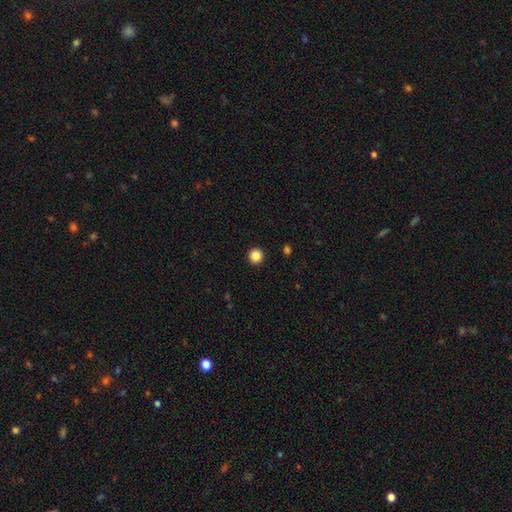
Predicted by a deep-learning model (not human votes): This appears to be a smooth galaxy with no disk features (87%) that is round (95%). Merging: none (93%).